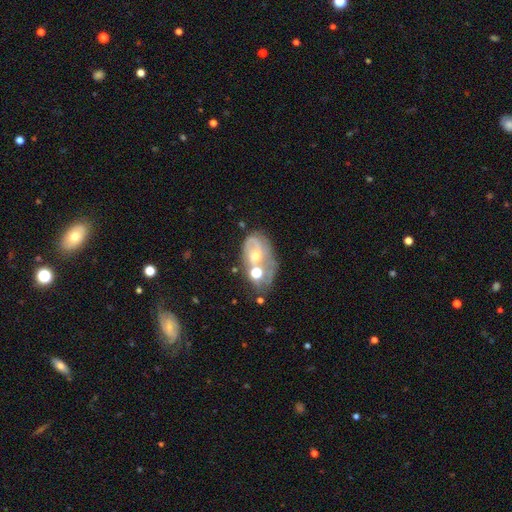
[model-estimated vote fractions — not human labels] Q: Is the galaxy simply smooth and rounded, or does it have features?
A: featured or disk — 63%.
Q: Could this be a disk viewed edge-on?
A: no — 96%.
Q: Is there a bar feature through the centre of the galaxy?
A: no — 71%.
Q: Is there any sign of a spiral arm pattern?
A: yes — 56%.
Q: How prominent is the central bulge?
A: moderate — 59%.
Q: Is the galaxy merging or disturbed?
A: none — 34%.